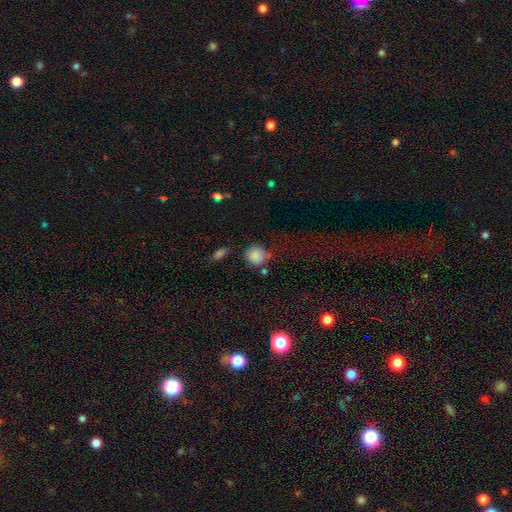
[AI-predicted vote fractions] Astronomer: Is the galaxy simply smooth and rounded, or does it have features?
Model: smooth — 83%.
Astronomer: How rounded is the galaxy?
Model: round — 81%.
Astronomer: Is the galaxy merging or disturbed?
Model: none — 60%.